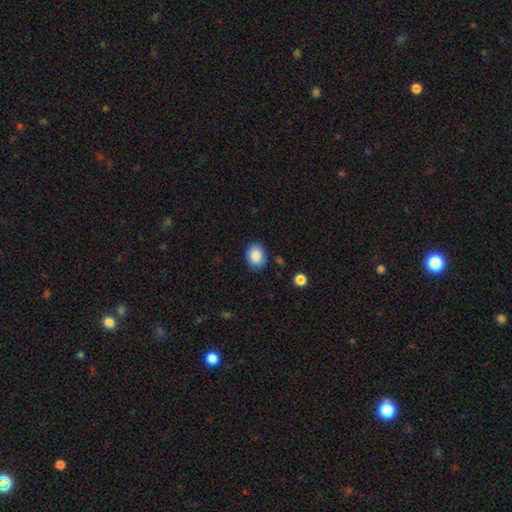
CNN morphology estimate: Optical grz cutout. It shows a smooth galaxy with no disk features (88%) that is round (50%, tied with in between). Merging: none (83%).